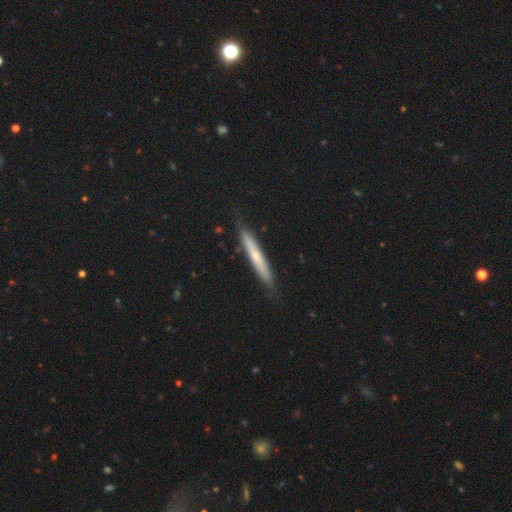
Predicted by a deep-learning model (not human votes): Overall: smooth (49%; featured or disk 45%). Merging: none (84%).